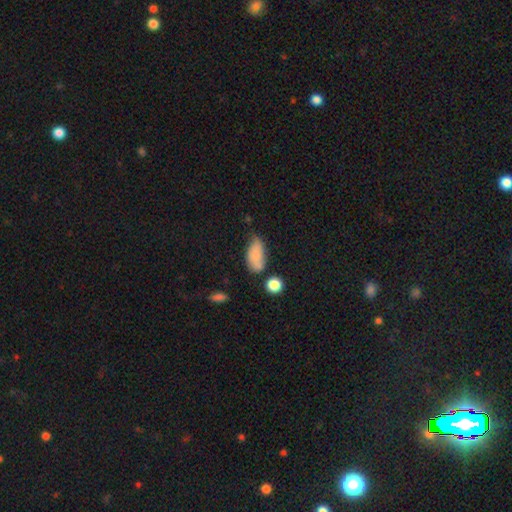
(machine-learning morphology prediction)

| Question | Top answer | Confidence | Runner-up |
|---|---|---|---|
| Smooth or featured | smooth | 78% | featured or disk (13%) |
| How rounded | in between | 90% | round (5%) |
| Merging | none | 41% | minor disturbance (36%) |